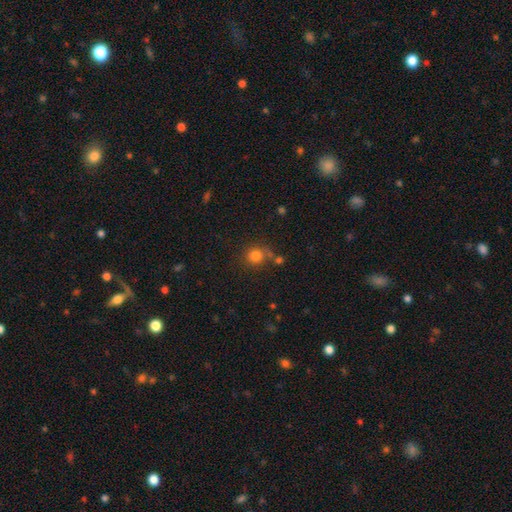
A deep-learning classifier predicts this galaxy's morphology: Overall: smooth (80%). How rounded: round (87%). Merging: none (68%).